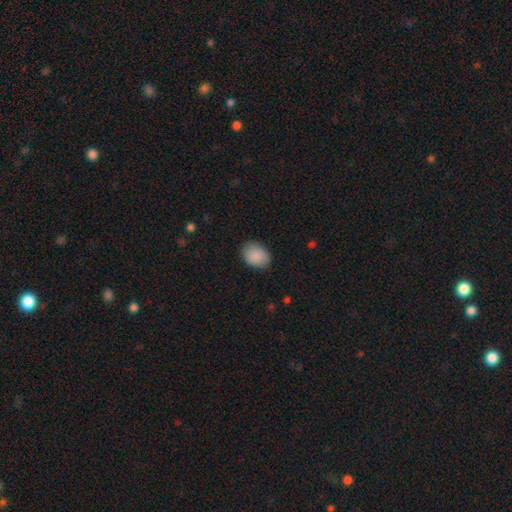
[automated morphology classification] A smooth galaxy with no disk features (89%) that is in between round and cigar-shaped (69%). Merging: none (83%).